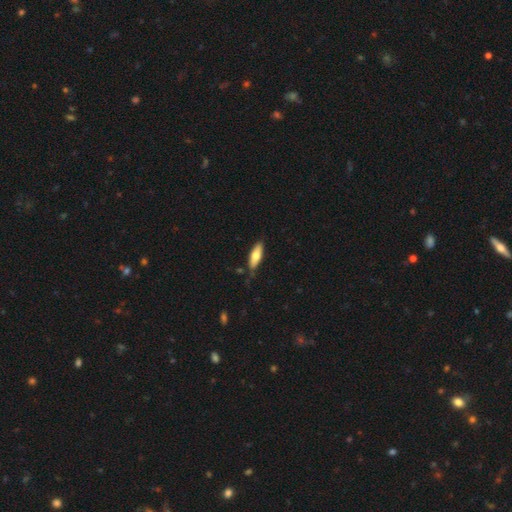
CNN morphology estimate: The model was most divided on "how rounded": in between: 56%, cigar-shaped: 42%, round: 2%. More confident: merging — none (79%); smooth or featured — smooth (67%).